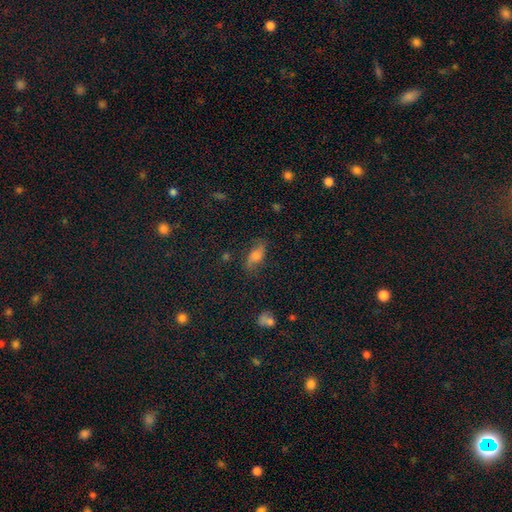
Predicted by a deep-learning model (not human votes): Smooth or featured?
  - smooth: 53% *
  - featured or disk: 30%
  - star or artifact: 16%
How rounded?
  - in between: 74% *
  - cigar-shaped: 17%
  - round: 9%
Merging?
  - none: 71% *
  - minor disturbance: 19%
  - major disturbance: 8%
  - merger: 2%